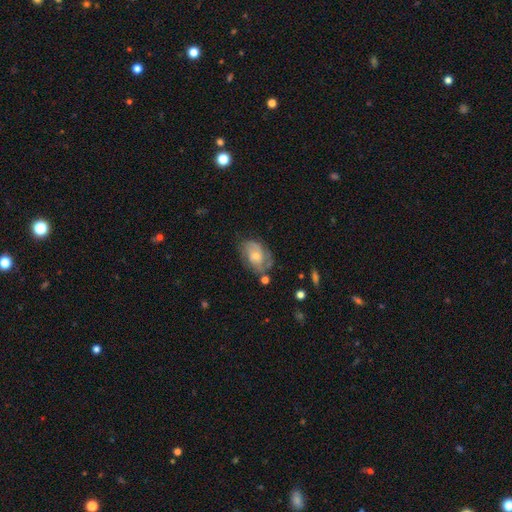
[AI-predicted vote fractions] featured or disk 60%, smooth 33%, star or artifact 7%. Down the decision tree: edge-on disk — no (96%); bar — no (71%); spiral arms — yes (82%); bulge size — small (51%); merging — none (56%).